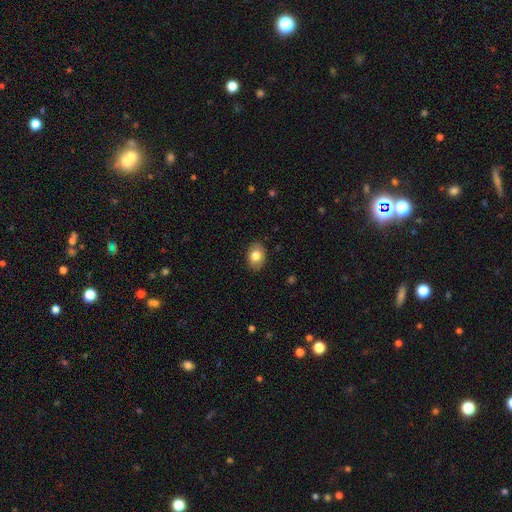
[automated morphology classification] The model was most divided on "how rounded": in between: 76%, round: 23%, cigar-shaped: 1%. More confident: merging — none (87%); smooth or featured — smooth (79%).